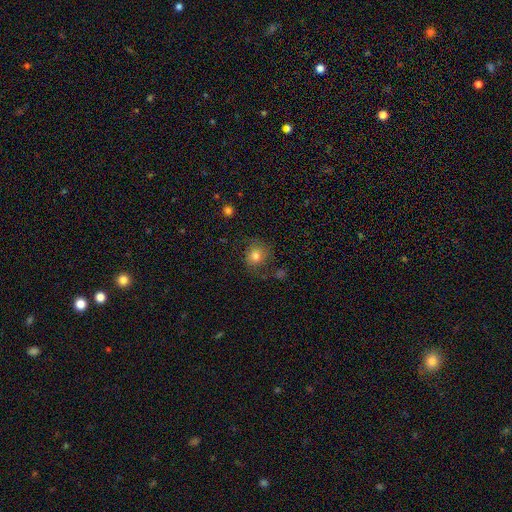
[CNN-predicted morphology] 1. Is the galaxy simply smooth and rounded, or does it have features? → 77% smooth, 12% star or artifact, 11% featured or disk.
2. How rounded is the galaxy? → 84% round, 15% in between, 1% cigar-shaped.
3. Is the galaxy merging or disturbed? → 73% none, 16% minor disturbance, 8% major disturbance, 3% merger.